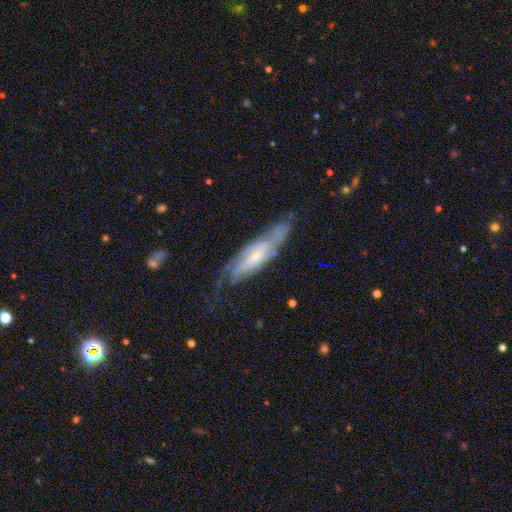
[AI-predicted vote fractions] The model was most divided on "merging": none: 53%, minor disturbance: 26%, major disturbance: 18%, merger: 3%. More confident: spiral arms — yes (83%); smooth or featured — featured or disk (73%); edge-on disk — no (68%); bulge size — small (61%); bar — no (59%).